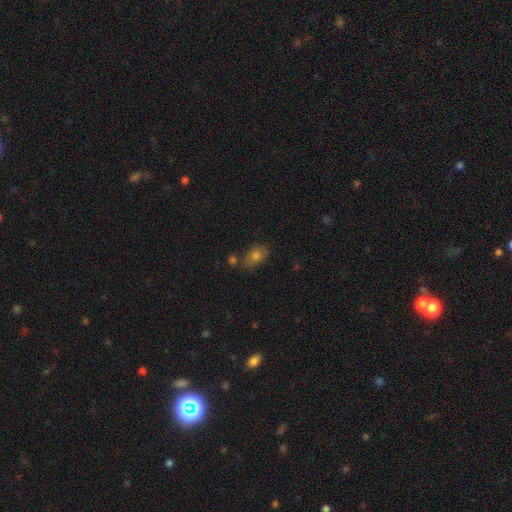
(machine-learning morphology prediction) The model was most divided on "smooth or featured": smooth: 70%, star or artifact: 16%, featured or disk: 14%. More confident: how rounded — in between (81%); merging — none (71%).